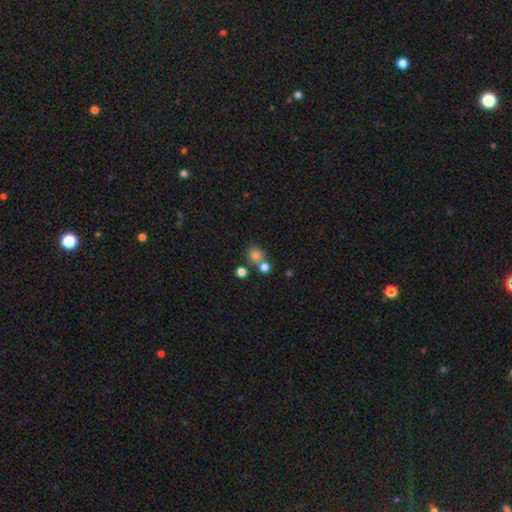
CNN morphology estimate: Smooth or featured: smooth — 77% (star or artifact — 15%)
How rounded: round — 81% (in between — 18%)
Merging: none — 57% (merger — 31%)